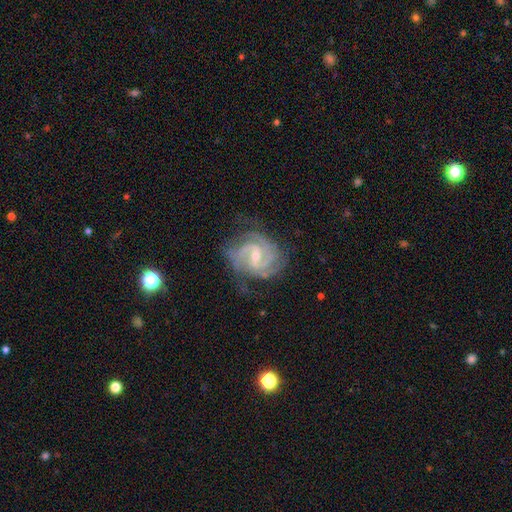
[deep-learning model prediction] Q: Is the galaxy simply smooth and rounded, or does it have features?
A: featured or disk — 91%.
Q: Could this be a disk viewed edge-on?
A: no — 98%.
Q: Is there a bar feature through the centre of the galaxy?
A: weak — 53%.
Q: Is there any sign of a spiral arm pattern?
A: yes — 98%.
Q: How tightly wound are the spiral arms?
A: tight — 55%.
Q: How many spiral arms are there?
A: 2 — 33%.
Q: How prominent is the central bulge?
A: small — 64%.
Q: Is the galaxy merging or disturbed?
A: none — 72%.